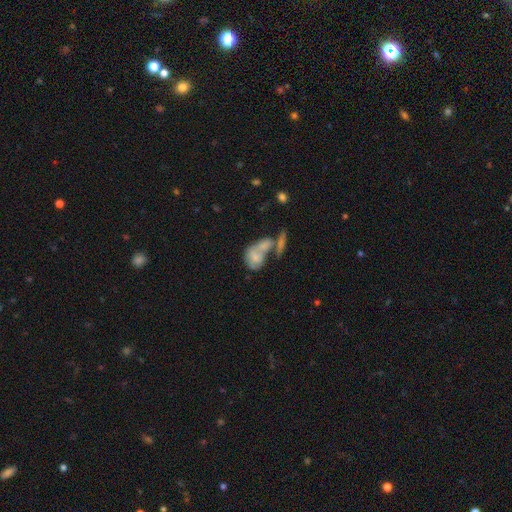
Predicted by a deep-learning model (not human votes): smooth 62%, featured or disk 29%, star or artifact 9%. Down the decision tree: how rounded — in between (76%); merging — merger (60%).